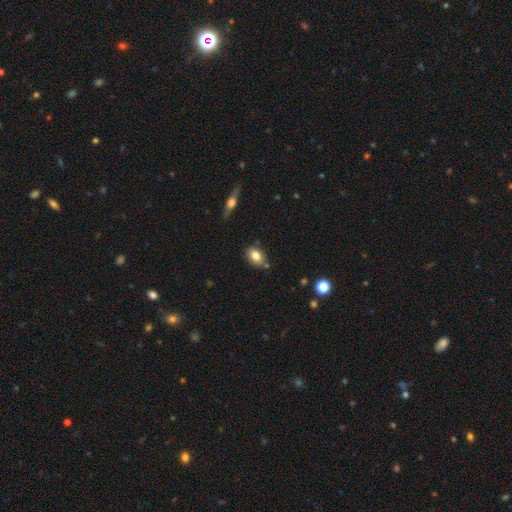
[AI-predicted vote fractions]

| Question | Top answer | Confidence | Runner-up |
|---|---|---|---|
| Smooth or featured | smooth | 81% | featured or disk (11%) |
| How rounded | in between | 83% | round (15%) |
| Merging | none | 72% | minor disturbance (18%) |